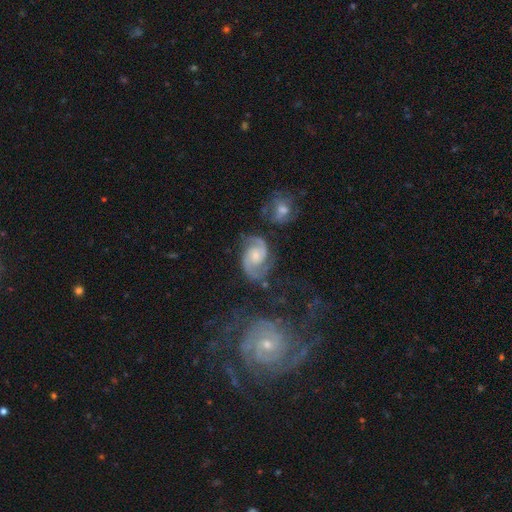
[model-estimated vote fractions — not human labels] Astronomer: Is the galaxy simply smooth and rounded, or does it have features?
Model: featured or disk — 88%.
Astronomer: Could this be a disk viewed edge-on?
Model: no — 98%.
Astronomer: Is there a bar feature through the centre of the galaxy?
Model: no — 62%.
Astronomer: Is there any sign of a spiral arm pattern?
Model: yes — 98%.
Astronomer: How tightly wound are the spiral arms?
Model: medium — 57%.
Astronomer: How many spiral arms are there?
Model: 2 — 92%.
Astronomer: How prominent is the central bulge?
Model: small — 47% (runner-up: moderate, 42%).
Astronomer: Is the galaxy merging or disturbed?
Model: none — 68%.